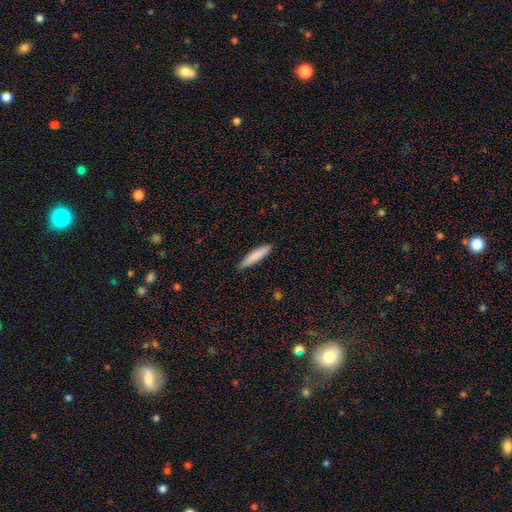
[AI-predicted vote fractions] Overall: smooth (82%). How rounded: cigar-shaped (88%). Merging: none (84%).